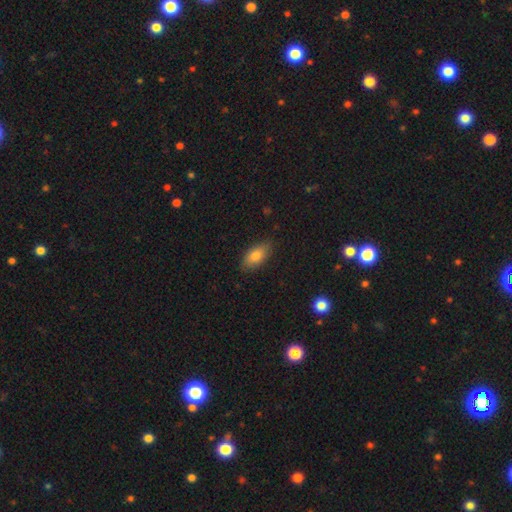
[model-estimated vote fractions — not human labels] Smooth or featured? Predicted: smooth (p=0.82). How rounded? Predicted: in between (p=0.89). Merging? Predicted: none (p=0.81).